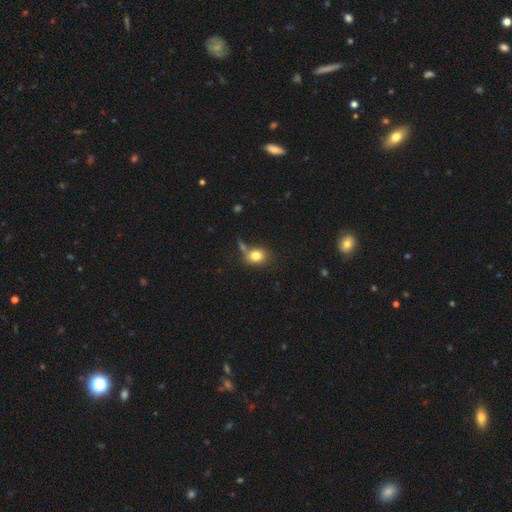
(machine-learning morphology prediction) smooth 79%, featured or disk 11%, star or artifact 10%. Down the decision tree: how rounded — round (56%); merging — none (52%).